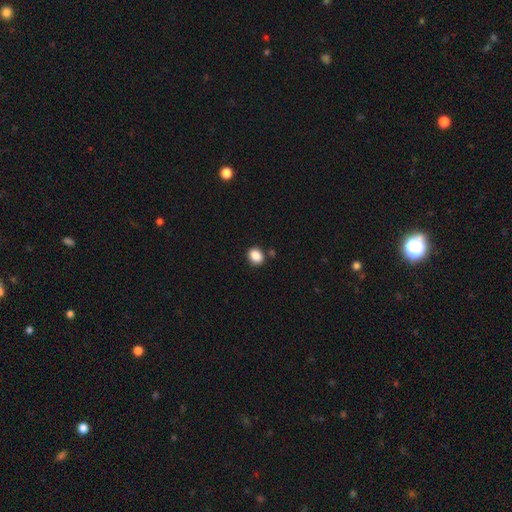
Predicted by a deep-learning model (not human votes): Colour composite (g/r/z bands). It shows a smooth galaxy with no disk features (88%) that is in between round and cigar-shaped (52%). Merging: none (84%).